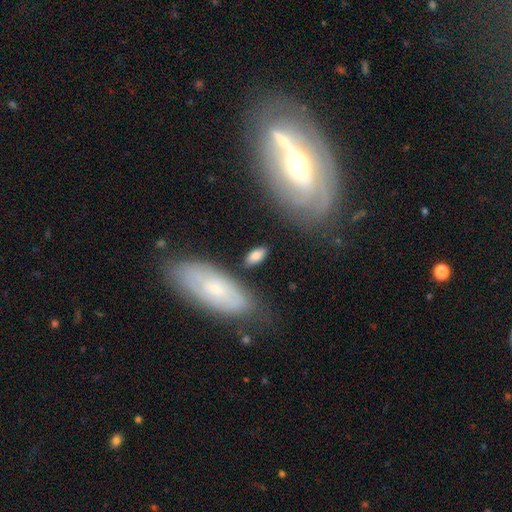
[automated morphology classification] type=smooth (79%); roundness=in between (83%); merging=none (79%).